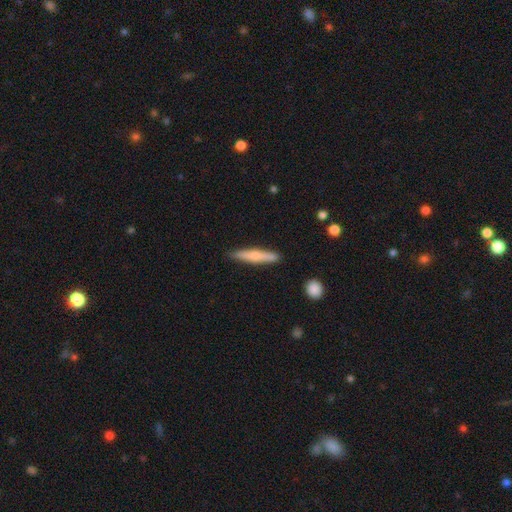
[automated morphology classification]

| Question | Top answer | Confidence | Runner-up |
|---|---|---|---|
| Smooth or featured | smooth | 58% | featured or disk (36%) |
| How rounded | cigar-shaped | 92% | in between (6%) |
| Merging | none | 88% | minor disturbance (9%) |